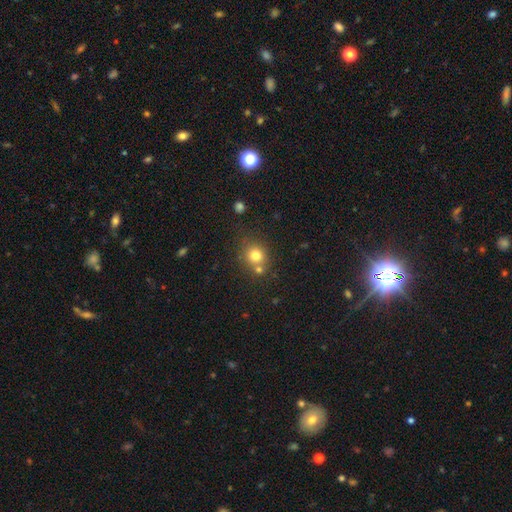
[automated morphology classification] The model was most divided on "merging": none: 62%, merger: 24%, minor disturbance: 10%, major disturbance: 4%. More confident: how rounded — round (84%); smooth or featured — smooth (76%).